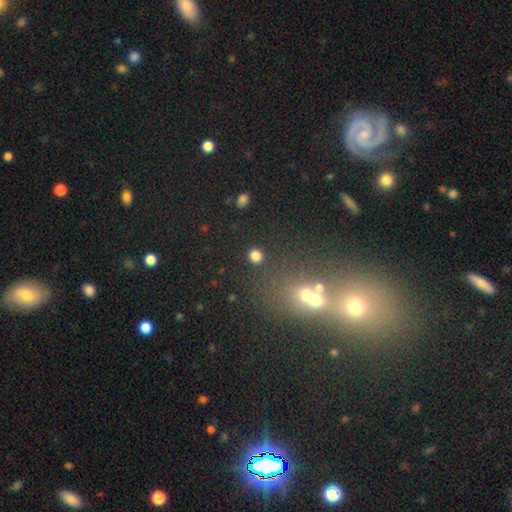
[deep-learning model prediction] A smooth galaxy with no disk features (79%) that is round (88%).

Vote fractions:
- Smooth or featured? smooth: 79% / star or artifact: 15% / featured or disk: 6%
- How rounded? round: 88% / in between: 11% / cigar-shaped: 1%
- Merging? none: 86% / minor disturbance: 5% / merger: 5% / major disturbance: 3%